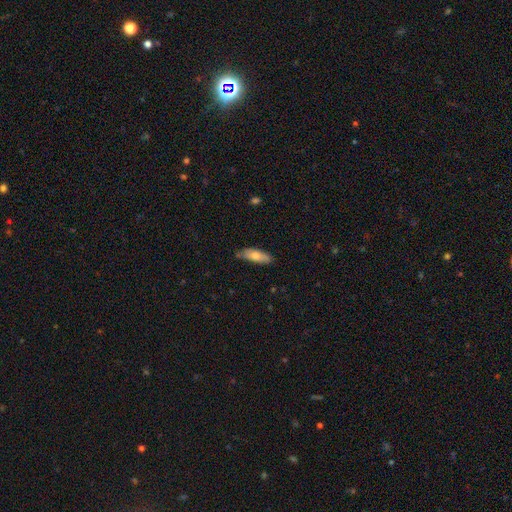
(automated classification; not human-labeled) A smooth galaxy with no disk features (69%) that is in between round and cigar-shaped (54%). Merging: none (76%).